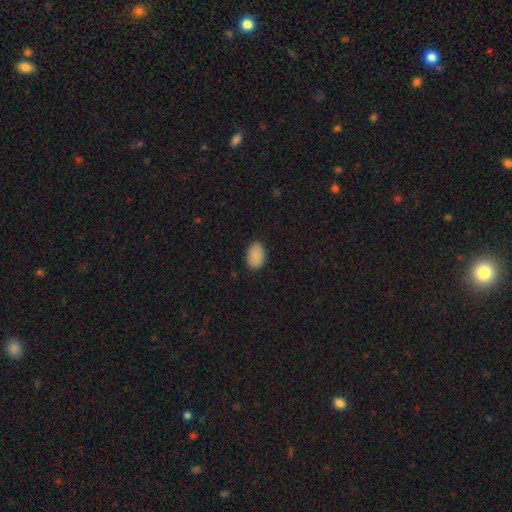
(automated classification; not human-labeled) This is clearly a smooth galaxy (88%). How rounded: clearly in between (87%). Merging: clearly none (84%).